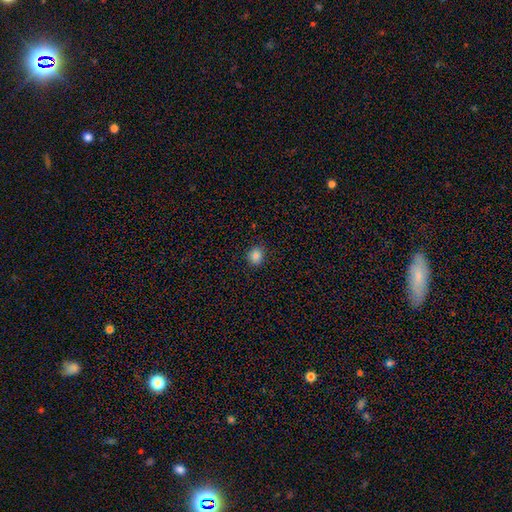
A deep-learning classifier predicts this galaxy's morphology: This is clearly a smooth galaxy (85%). How rounded: likely round (76%). Merging: clearly none (88%).